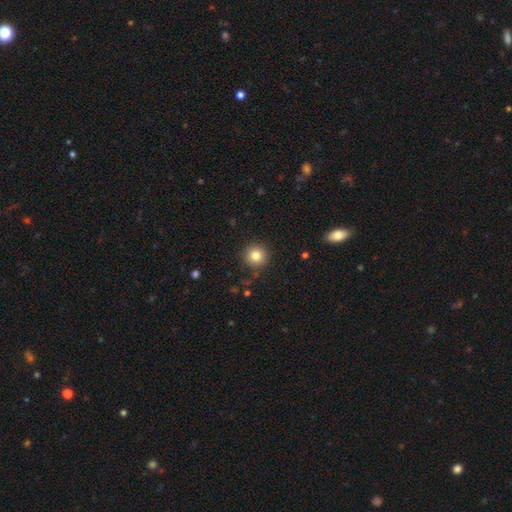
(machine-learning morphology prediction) Overall: smooth (83%). How rounded: round (94%). Merging: none (89%).